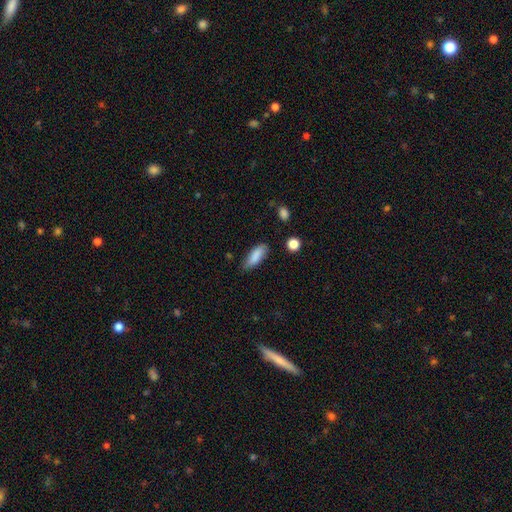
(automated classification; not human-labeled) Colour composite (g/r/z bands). It shows a smooth galaxy with no disk features (86%) that is in between round and cigar-shaped (66%). Merging: none (76%).